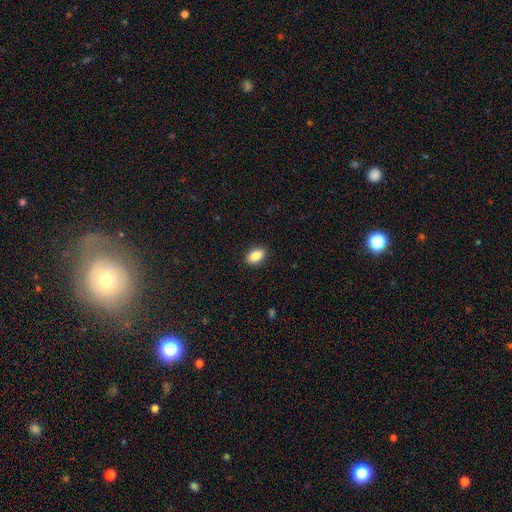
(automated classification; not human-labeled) smooth-or-featured: smooth: 87% | star or artifact: 8% | featured or disk: 6%
  how-rounded: in between: 86% | round: 12% | cigar-shaped: 2%
  merging: none: 90% | minor disturbance: 7% | major disturbance: 2% | merger: 1%